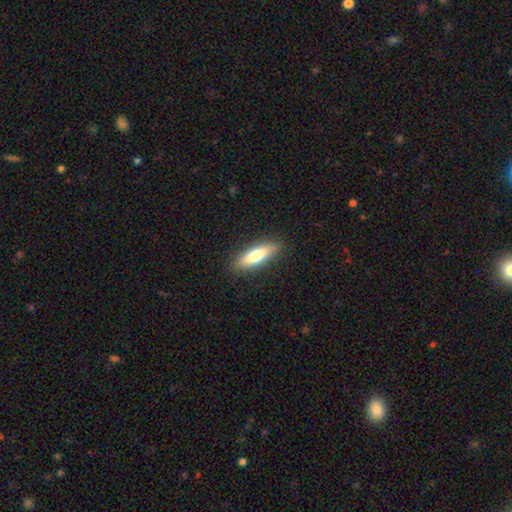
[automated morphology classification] The model was most divided on "how rounded": cigar-shaped: 54%, in between: 44%, round: 2%. More confident: merging — none (88%); smooth or featured — smooth (70%).